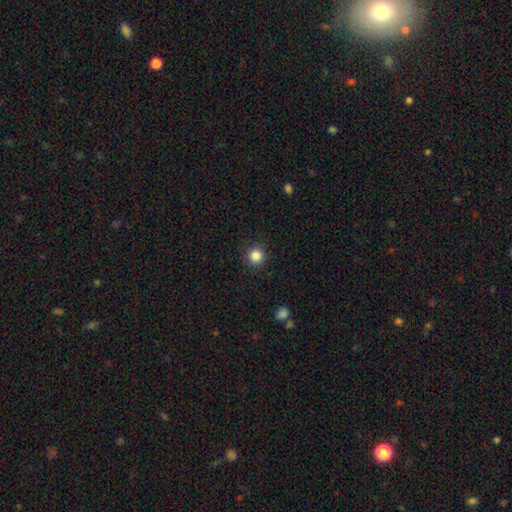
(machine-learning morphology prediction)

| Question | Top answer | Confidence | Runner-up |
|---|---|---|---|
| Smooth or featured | smooth | 85% | star or artifact (11%) |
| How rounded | round | 94% | in between (5%) |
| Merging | none | 91% | minor disturbance (6%) |